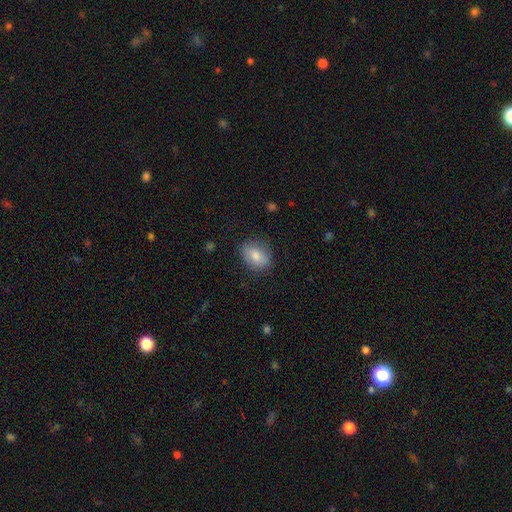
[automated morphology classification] smooth 76%, featured or disk 16%, star or artifact 8%. Down the decision tree: how rounded — in between (64%); merging — none (81%).